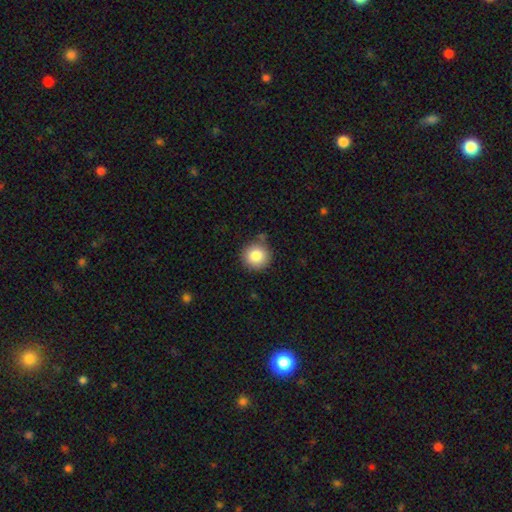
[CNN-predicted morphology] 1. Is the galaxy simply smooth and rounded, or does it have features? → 84% smooth, 9% star or artifact, 6% featured or disk.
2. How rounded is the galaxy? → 94% round, 5% in between, 1% cigar-shaped.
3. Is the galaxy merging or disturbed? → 82% none, 11% minor disturbance, 4% merger, 3% major disturbance.